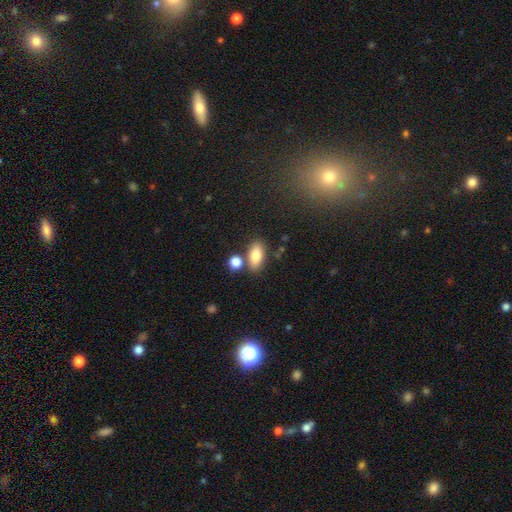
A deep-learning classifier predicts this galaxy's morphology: type=smooth (80%); roundness=in between (85%); merging=none (71%).